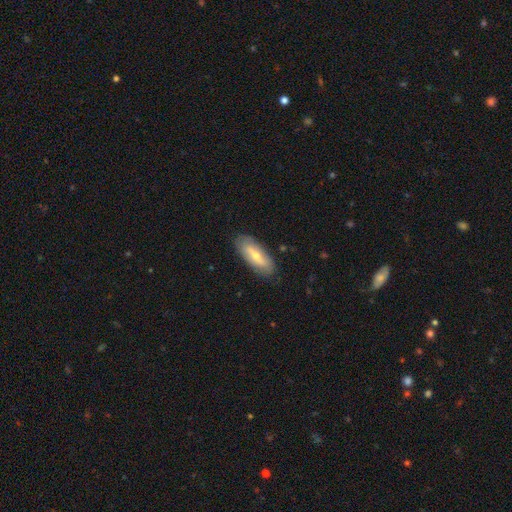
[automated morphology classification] A smooth galaxy with no disk features (51%) that is in between round and cigar-shaped (71%).

Vote fractions:
- Smooth or featured? smooth: 51% / featured or disk: 43% / star or artifact: 7%
- How rounded? in between: 71% / cigar-shaped: 27% / round: 2%
- Merging? none: 85% / minor disturbance: 11% / major disturbance: 2% / merger: 1%